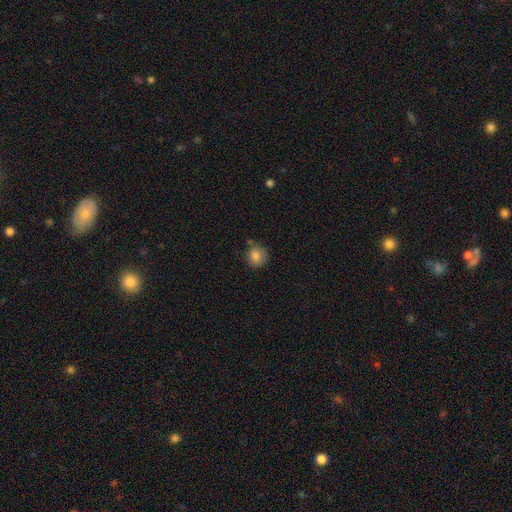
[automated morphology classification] Overall: smooth (84%). How rounded: round (84%). Merging: none (73%).